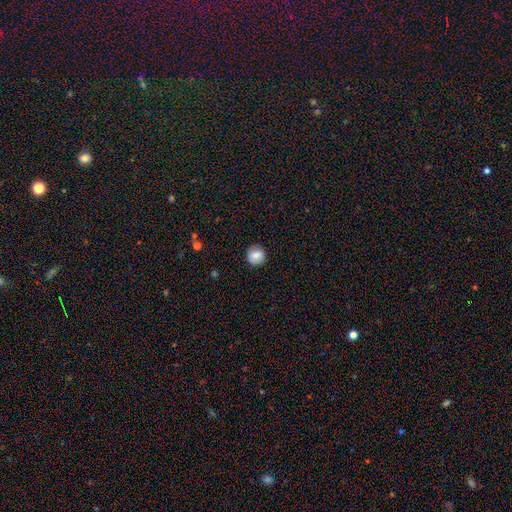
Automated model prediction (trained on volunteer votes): smooth 84%, star or artifact 8%, featured or disk 7%. Down the decision tree: how rounded — round (94%); merging — none (90%).